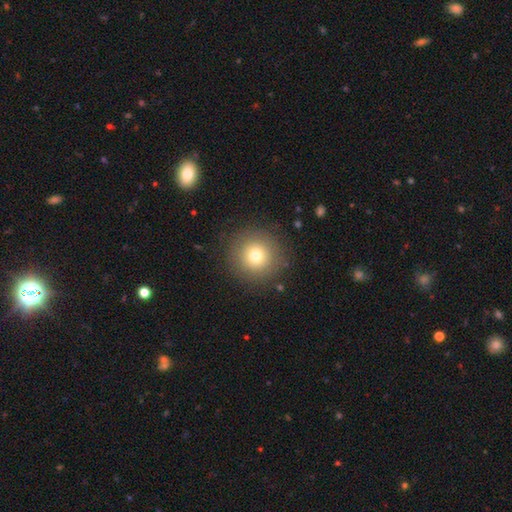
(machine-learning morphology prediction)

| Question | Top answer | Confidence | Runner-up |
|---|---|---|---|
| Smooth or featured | smooth | 75% | star or artifact (13%) |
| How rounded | round | 96% | in between (3%) |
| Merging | none | 89% | minor disturbance (6%) |